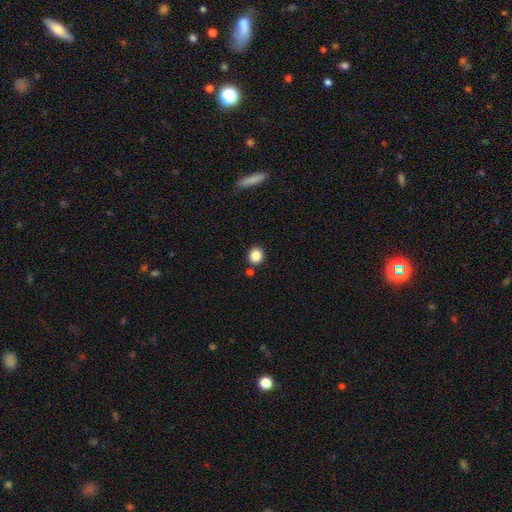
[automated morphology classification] smooth_or_featured: smooth (p=0.86) [alt: star or artifact p=0.10]
how_rounded: round (p=0.85) [alt: in between p=0.14]
merging: none (p=0.85) [alt: minor disturbance p=0.07]